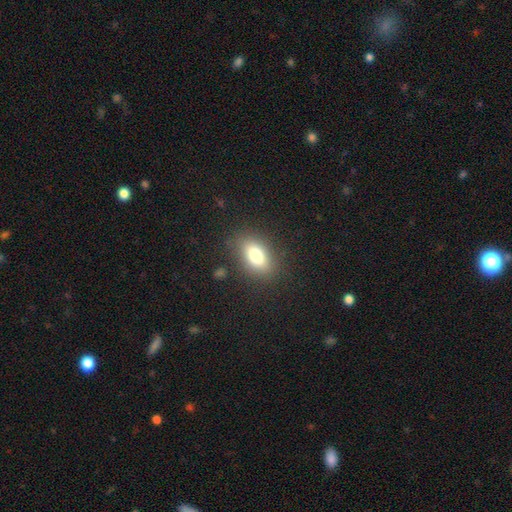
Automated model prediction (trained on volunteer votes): smooth_or_featured: smooth (p=0.78) [alt: featured or disk p=0.12]
how_rounded: in between (p=0.87) [alt: round p=0.09]
merging: none (p=0.84) [alt: minor disturbance p=0.11]